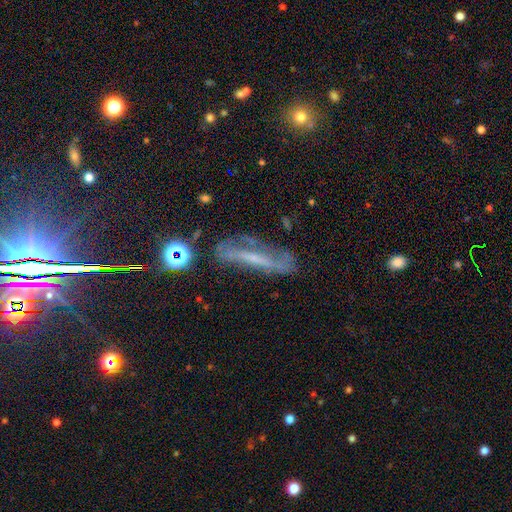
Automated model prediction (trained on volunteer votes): Smooth or featured?
  - featured or disk: 60% *
  - star or artifact: 21%
  - smooth: 19%
Edge-on disk?
  - no: 61% *
  - yes: 39%
Merging?
  - none: 66% *
  - minor disturbance: 20%
  - major disturbance: 10%
  - merger: 4%